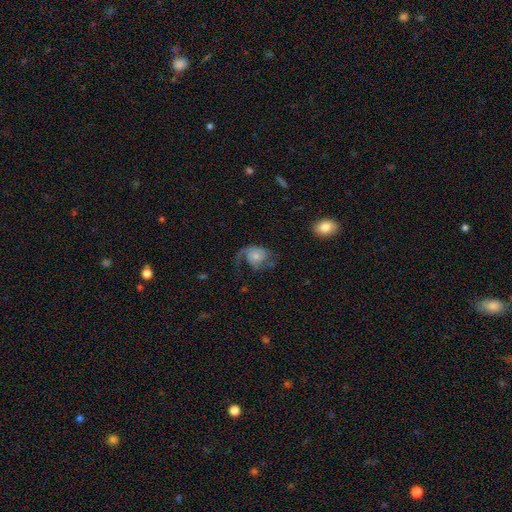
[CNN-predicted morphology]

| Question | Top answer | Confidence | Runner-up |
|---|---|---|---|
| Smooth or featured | featured or disk | 59% | smooth (32%) |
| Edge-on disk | no | 97% | yes (3%) |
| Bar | no | 77% | weak (20%) |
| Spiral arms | yes | 86% | no (14%) |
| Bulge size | small | 46% | moderate (34%) |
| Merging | major disturbance | 40% | none (37%) |